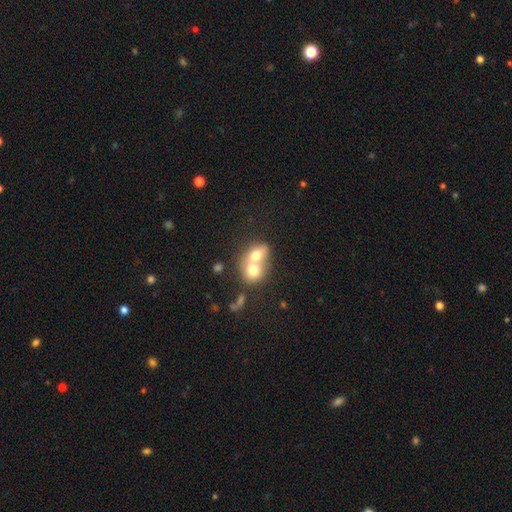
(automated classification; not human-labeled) Q: Smooth or featured?
A: smooth (67%); runner-up: featured or disk (24%)
Q: How rounded?
A: round (54%); runner-up: in between (45%)
Q: Merging?
A: merger (77%); runner-up: none (15%)